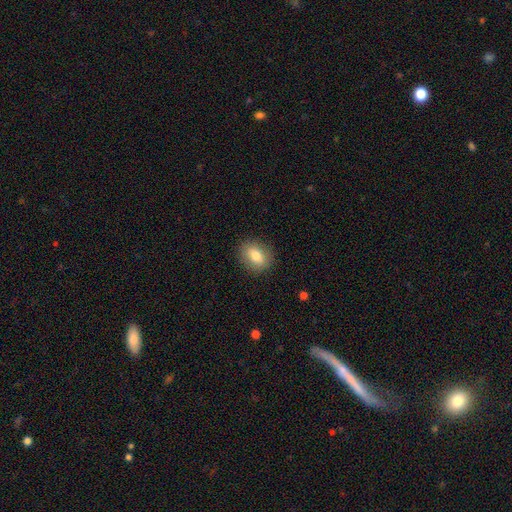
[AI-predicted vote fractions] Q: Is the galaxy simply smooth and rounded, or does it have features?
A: smooth — 77%.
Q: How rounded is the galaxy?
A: in between — 59%.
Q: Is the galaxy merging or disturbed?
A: none — 87%.